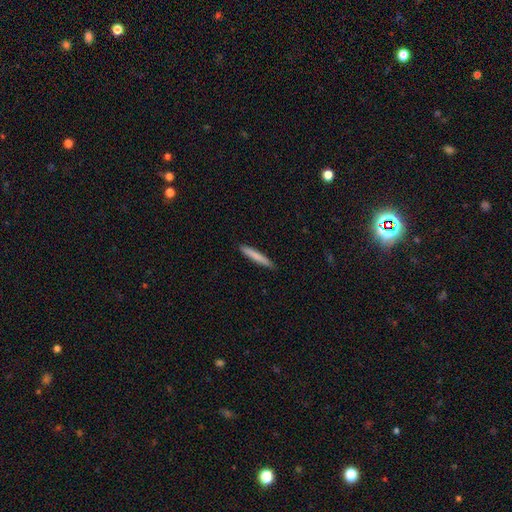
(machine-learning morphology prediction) Smooth or featured: smooth — 80% (featured or disk — 15%)
How rounded: cigar-shaped — 94% (in between — 4%)
Merging: none — 91% (minor disturbance — 7%)